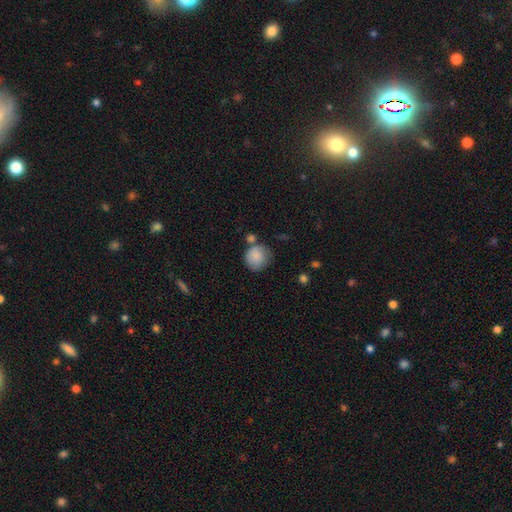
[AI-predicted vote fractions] A smooth galaxy with no disk features (85%) that is round (85%).

Vote fractions:
- Smooth or featured? smooth: 85% / star or artifact: 7% / featured or disk: 7%
- How rounded? round: 85% / in between: 14% / cigar-shaped: 1%
- Merging? none: 57% / minor disturbance: 22% / merger: 15% / major disturbance: 7%